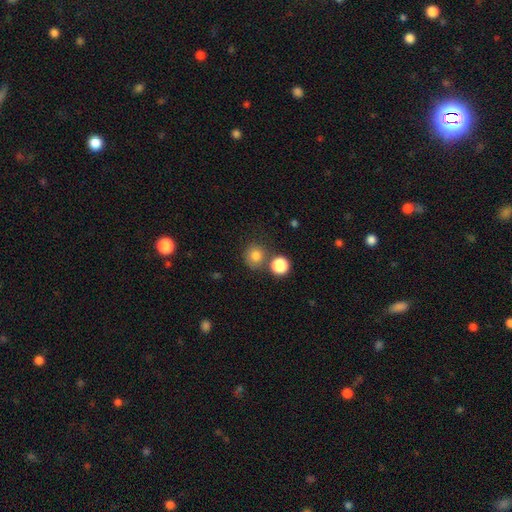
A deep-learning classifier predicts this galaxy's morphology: smooth_or_featured: smooth (p=0.80) [alt: star or artifact p=0.12]
how_rounded: round (p=0.86) [alt: in between p=0.13]
merging: none (p=0.65) [alt: merger p=0.20]